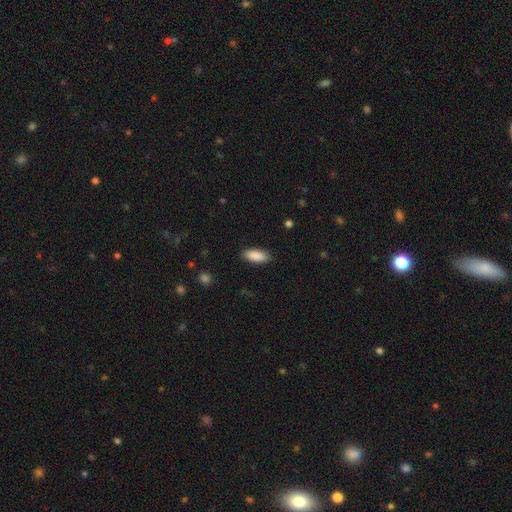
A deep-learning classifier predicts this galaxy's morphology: This appears to be a smooth galaxy with no disk features (89%) that is in between round and cigar-shaped (78%). Merging: none (88%).